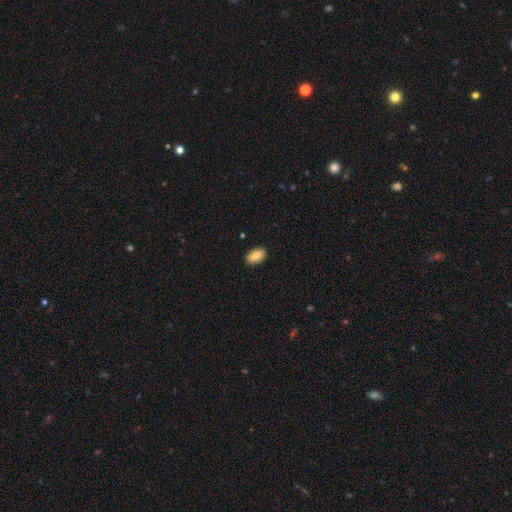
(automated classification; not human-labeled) smooth_or_featured: smooth (p=0.83) [alt: featured or disk p=0.11]
how_rounded: in between (p=0.92) [alt: round p=0.04]
merging: none (p=0.89) [alt: minor disturbance p=0.09]